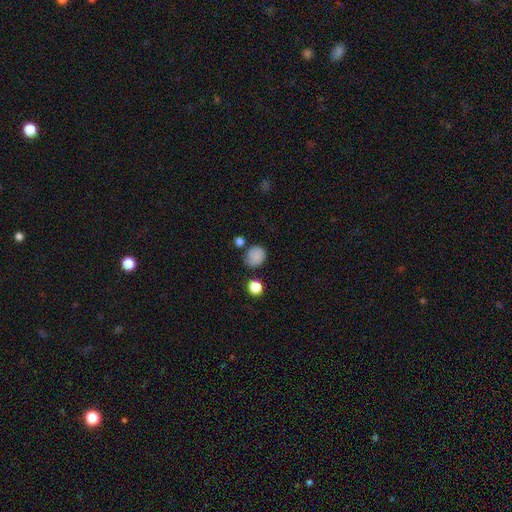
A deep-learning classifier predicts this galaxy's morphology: The model was most divided on "how rounded": round: 70%, in between: 29%, cigar-shaped: 1%. More confident: smooth or featured — smooth (84%); merging — none (65%).